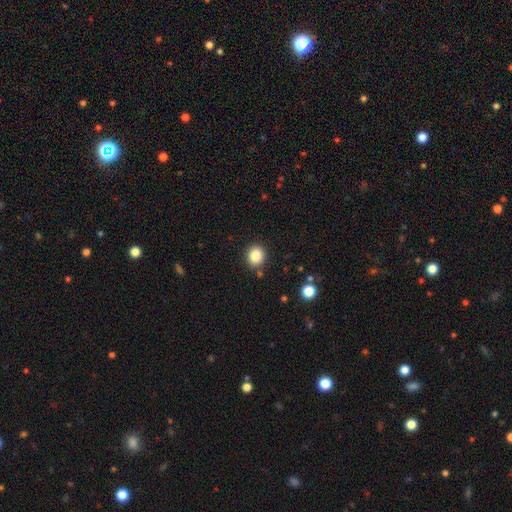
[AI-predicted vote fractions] Smooth or featured?
  - smooth: 85% *
  - star or artifact: 10%
  - featured or disk: 5%
How rounded?
  - round: 82% *
  - in between: 18%
  - cigar-shaped: 1%
Merging?
  - none: 87% *
  - minor disturbance: 8%
  - merger: 3%
  - major disturbance: 2%